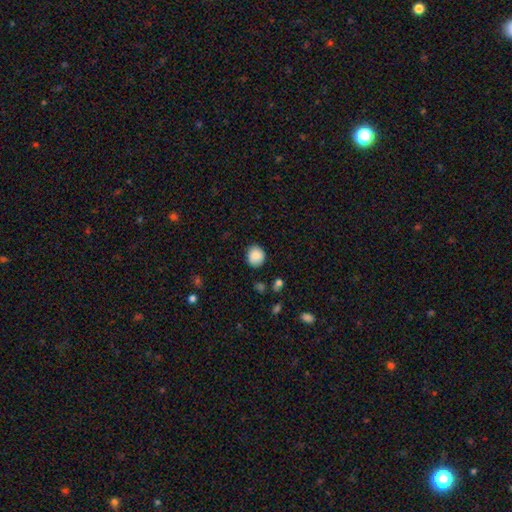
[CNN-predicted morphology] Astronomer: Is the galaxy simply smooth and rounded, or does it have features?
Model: smooth — 87%.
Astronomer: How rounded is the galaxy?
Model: round — 79%.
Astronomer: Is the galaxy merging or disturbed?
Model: none — 86%.